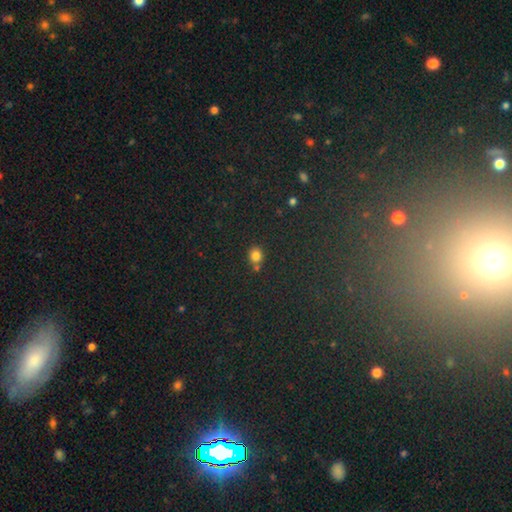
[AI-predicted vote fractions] Smooth or featured?
  - smooth: 80% *
  - star or artifact: 15%
  - featured or disk: 6%
How rounded?
  - round: 78% *
  - in between: 21%
  - cigar-shaped: 1%
Merging?
  - none: 67% *
  - merger: 18%
  - minor disturbance: 12%
  - major disturbance: 3%